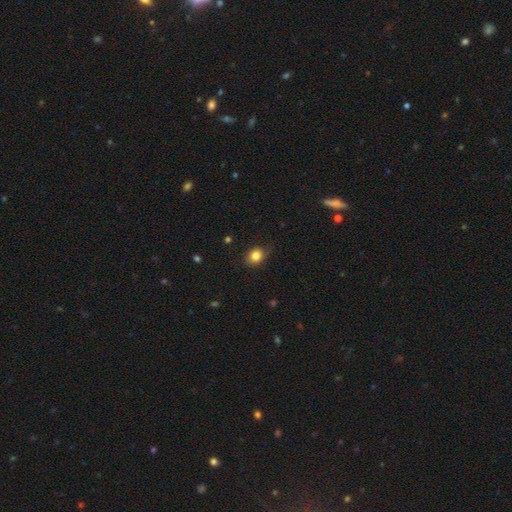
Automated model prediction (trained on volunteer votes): Smooth or featured: smooth — 83% (star or artifact — 10%)
How rounded: round — 54% (in between — 45%)
Merging: none — 79% (minor disturbance — 17%)